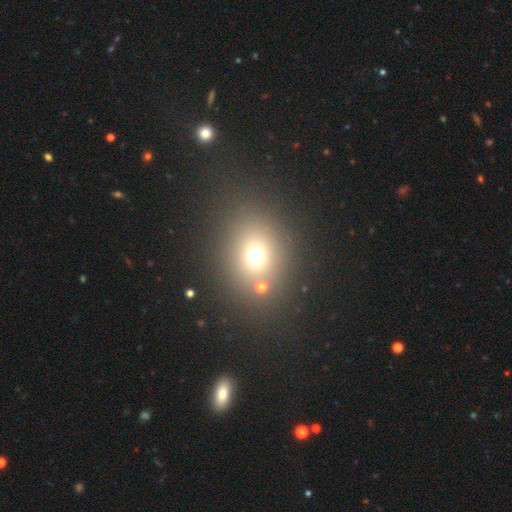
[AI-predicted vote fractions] smooth-or-featured: smooth: 67% | star or artifact: 22% | featured or disk: 11%
  how-rounded: round: 61% | in between: 38% | cigar-shaped: 1%
  merging: none: 76% | minor disturbance: 10% | merger: 9% | major disturbance: 6%